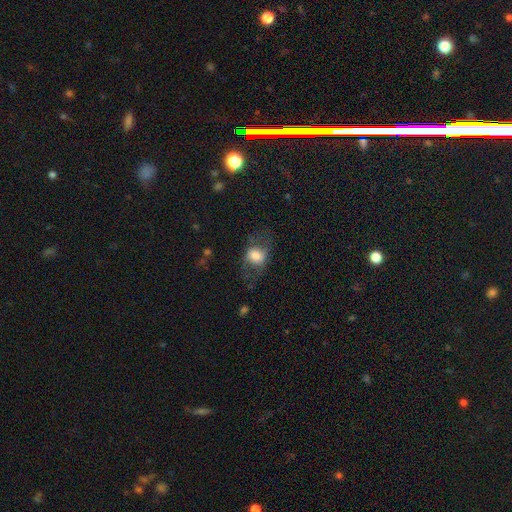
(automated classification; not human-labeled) Overall: smooth (63%; featured or disk 28%). How rounded: in between (51%; round 47%). Merging: none (58%; minor disturbance 21%).